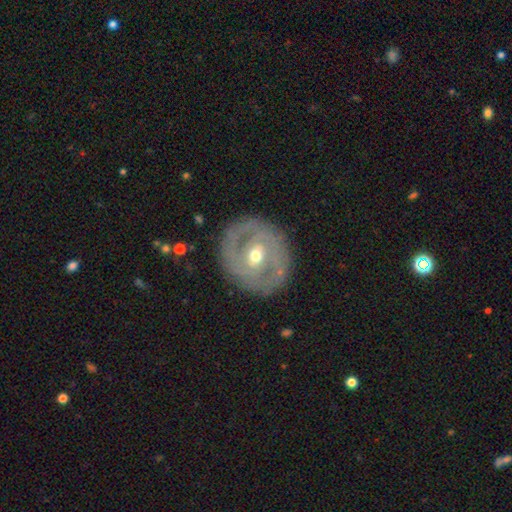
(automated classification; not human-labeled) A featured or disk galaxy (80%) with a weak bar (44%), 2 (57%) tight (59%) spiral arms (79%) and a moderate central bulge (62%).

Vote fractions:
- Smooth or featured? featured or disk: 80% / smooth: 15% / star or artifact: 5%
- Edge-on disk? no: 96% / yes: 4%
- Bar? weak: 44% / no: 40% / strong: 16%
- Spiral arms? yes: 79% / no: 21%
- Spiral winding? tight: 59% / medium: 31% / loose: 10%
- Spiral arm count? 2: 57% / can't tell: 23% / 3: 9% / 1: 5% / 4: 3% / more than 4: 3%
- Bulge size? moderate: 62% / small: 33% / large: 3% / none: 1% / dominant: 1%
- Merging? none: 82% / minor disturbance: 12% / major disturbance: 5% / merger: 1%